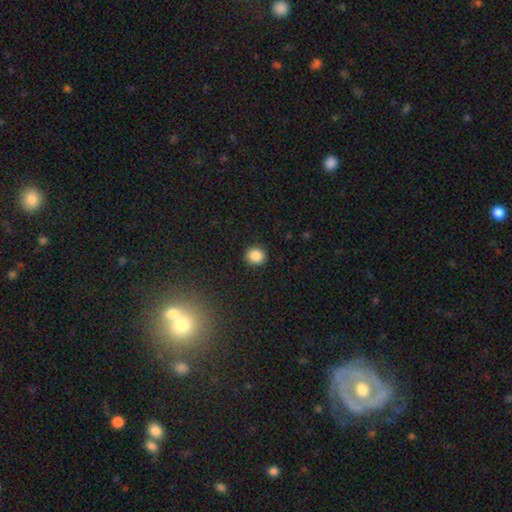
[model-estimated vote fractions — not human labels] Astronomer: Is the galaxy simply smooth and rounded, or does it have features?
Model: smooth — 86%.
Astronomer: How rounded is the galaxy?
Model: round — 82%.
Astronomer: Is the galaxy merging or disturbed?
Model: none — 91%.